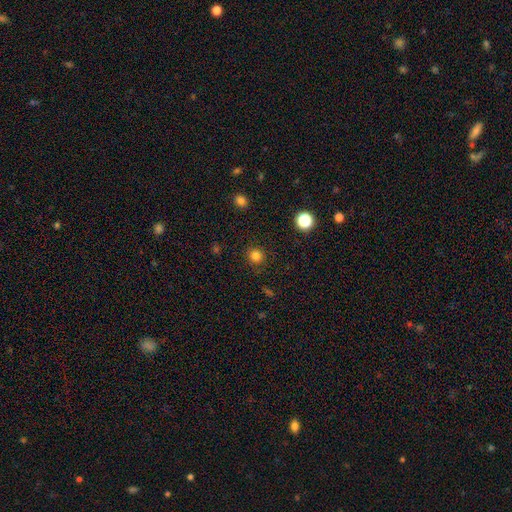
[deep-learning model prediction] Smooth or featured: smooth — 82% (star or artifact — 14%)
How rounded: round — 93% (in between — 6%)
Merging: none — 89% (minor disturbance — 7%)